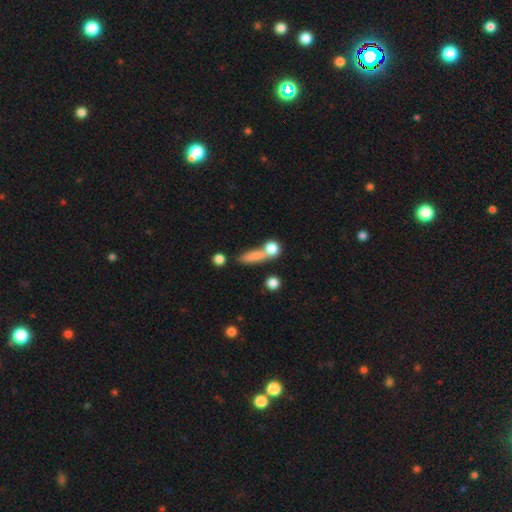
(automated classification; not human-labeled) Smooth or featured: smooth — 73% (featured or disk — 16%)
How rounded: cigar-shaped — 57% (in between — 29%)
Merging: none — 54% (merger — 26%)